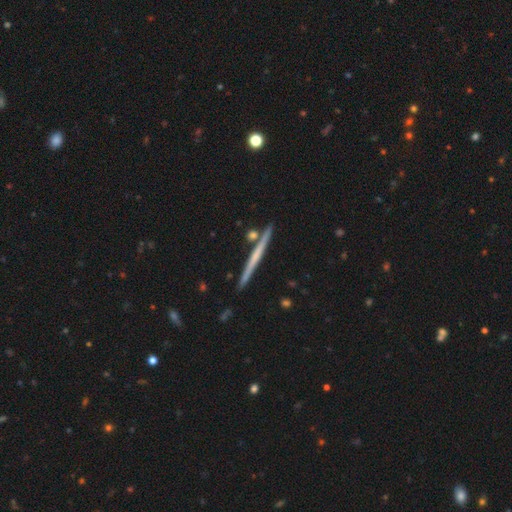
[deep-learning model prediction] featured or disk 60%, smooth 34%, star or artifact 6%. Down the decision tree: edge-on disk — yes (98%); edge-on bulge — none (76%); merging — none (87%).